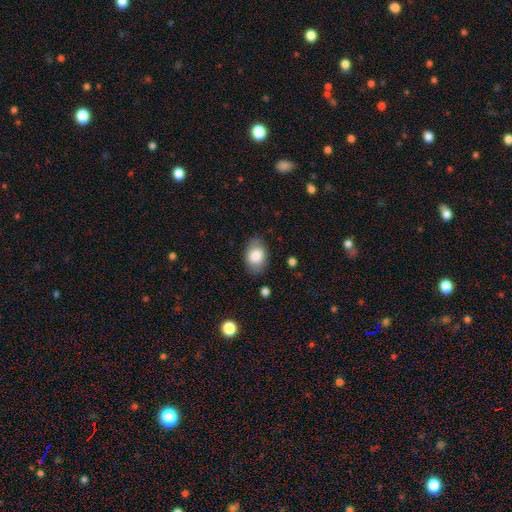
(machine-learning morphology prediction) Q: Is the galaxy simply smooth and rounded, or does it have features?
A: smooth — 83%.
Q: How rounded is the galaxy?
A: in between — 82%.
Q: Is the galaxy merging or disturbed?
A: none — 79%.